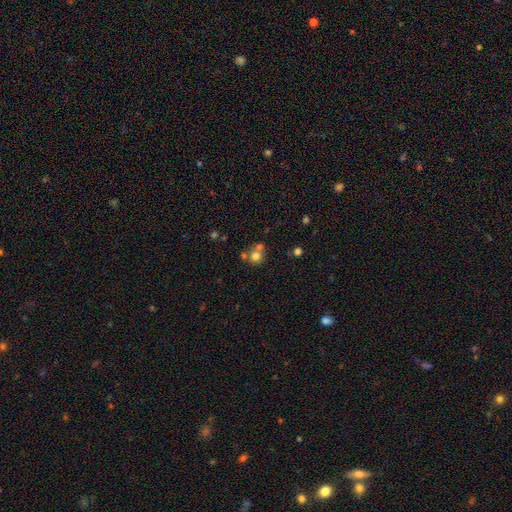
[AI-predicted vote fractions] This is likely a smooth galaxy (72%). How rounded: clearly round (87%). Merging: possibly none (50%).